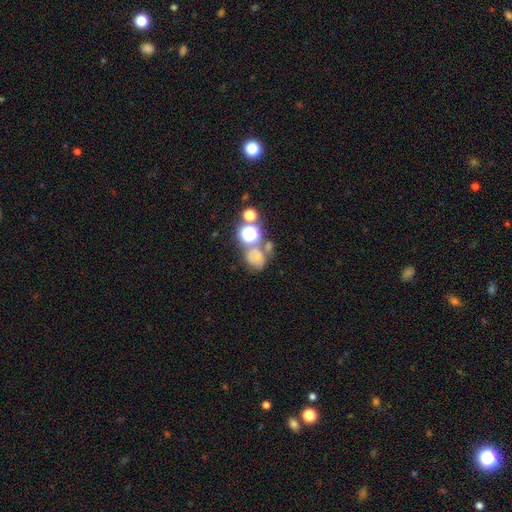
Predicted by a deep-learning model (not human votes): This appears to be a smooth galaxy with no disk features (47%). Merging: none (41%).